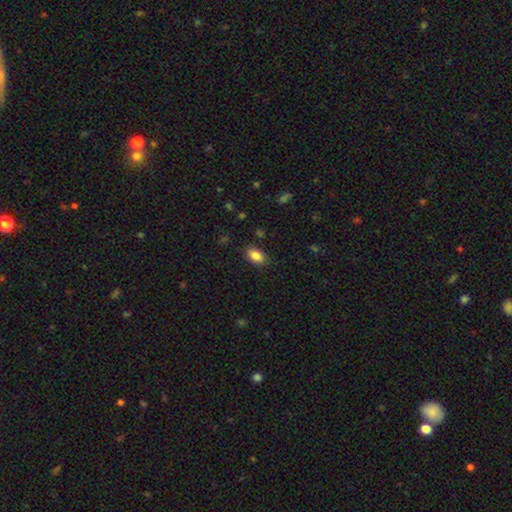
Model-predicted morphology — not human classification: smooth_or_featured: smooth (p=0.86) [alt: star or artifact p=0.08]
how_rounded: in between (p=0.89) [alt: round p=0.09]
merging: none (p=0.87) [alt: minor disturbance p=0.10]